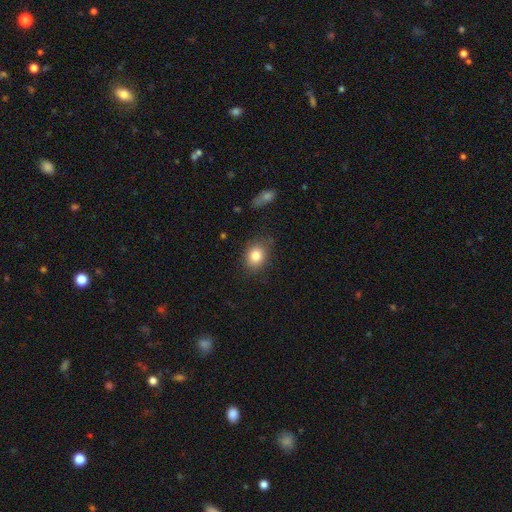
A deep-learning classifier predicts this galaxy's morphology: smooth-or-featured: smooth: 81% | star or artifact: 10% | featured or disk: 9%
  how-rounded: in between: 50% | round: 49% | cigar-shaped: 1%
  merging: none: 76% | minor disturbance: 18% | major disturbance: 4% | merger: 2%